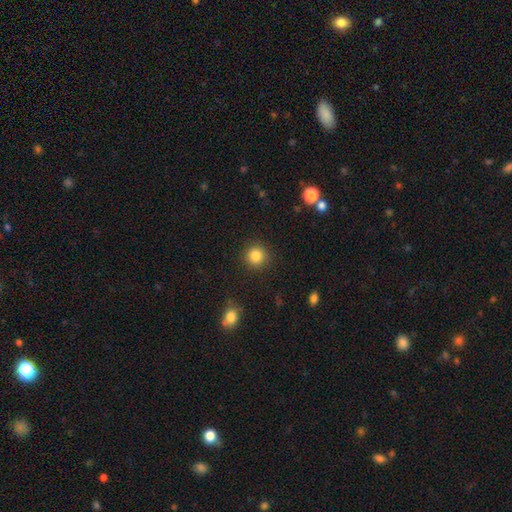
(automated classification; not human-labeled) smooth_or_featured: smooth (p=0.84) [alt: star or artifact p=0.11]
how_rounded: round (p=0.93) [alt: in between p=0.06]
merging: none (p=0.90) [alt: minor disturbance p=0.06]